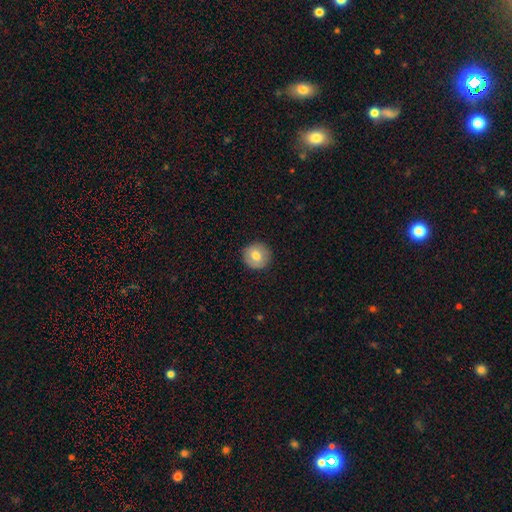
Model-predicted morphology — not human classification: The model was most divided on "smooth or featured": smooth: 75%, featured or disk: 18%, star or artifact: 8%. More confident: how rounded — round (94%); merging — none (90%).